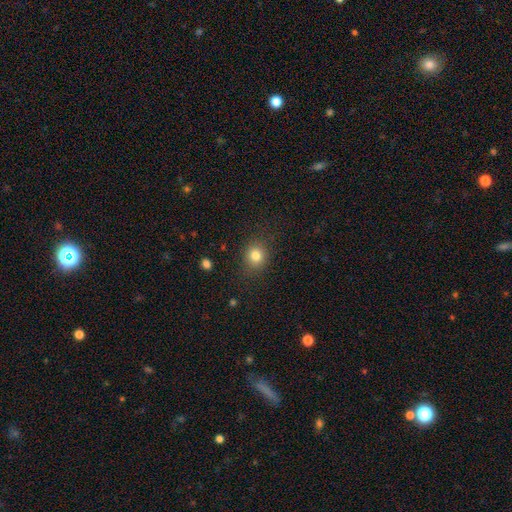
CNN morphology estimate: Smooth or featured? smooth (81%)
How rounded? round (76%)
Merging? none (85%)